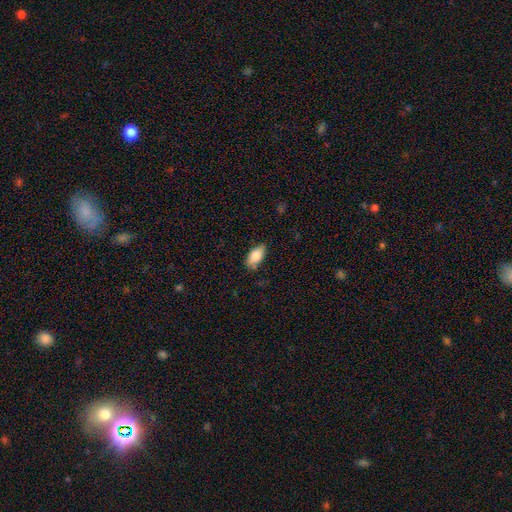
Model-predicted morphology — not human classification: smooth 82%, featured or disk 12%, star or artifact 7%. Down the decision tree: how rounded — in between (90%); merging — none (78%).